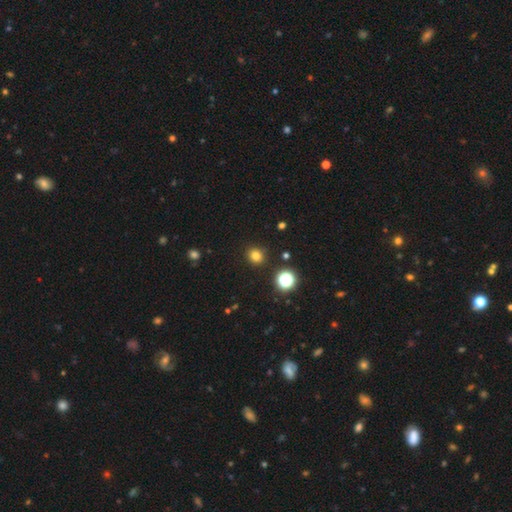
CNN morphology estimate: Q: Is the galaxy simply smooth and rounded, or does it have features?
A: smooth — 79%.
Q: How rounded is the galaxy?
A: round — 87%.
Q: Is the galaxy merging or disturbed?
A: none — 90%.